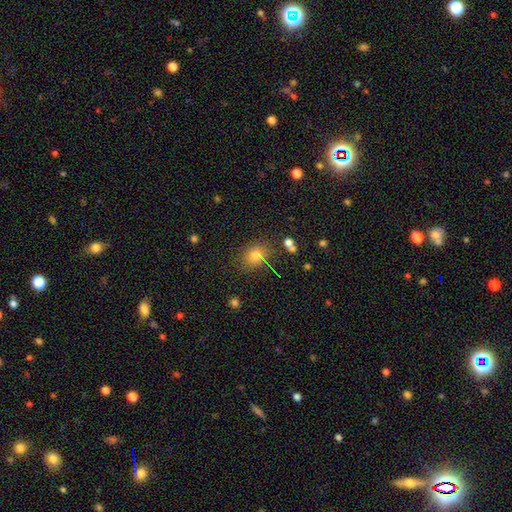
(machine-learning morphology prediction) Smooth or featured: smooth — 76% (star or artifact — 16%)
How rounded: round — 54% (in between — 45%)
Merging: none — 77% (minor disturbance — 14%)